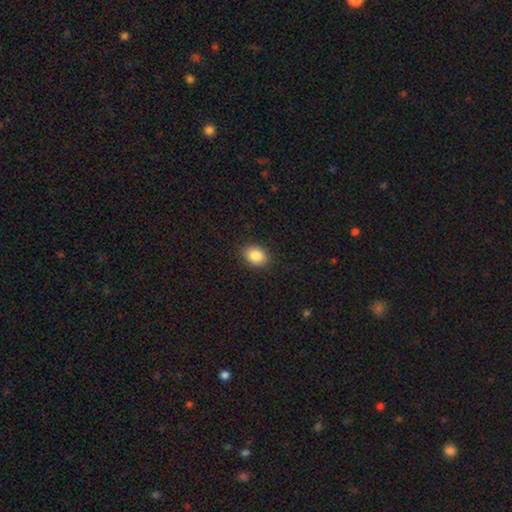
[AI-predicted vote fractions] A smooth galaxy with no disk features (86%) that is in between round and cigar-shaped (65%). Merging: none (89%).